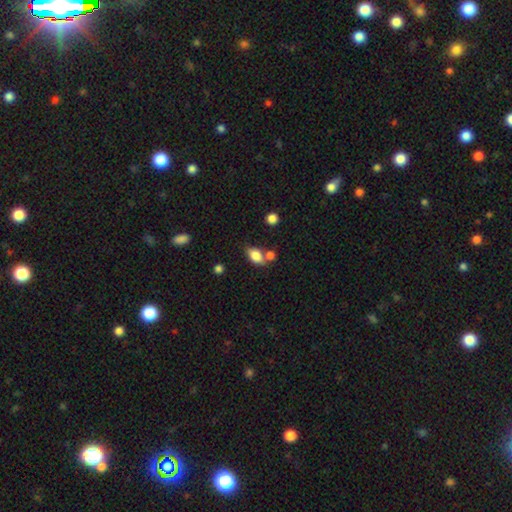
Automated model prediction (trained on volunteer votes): Smooth or featured: smooth — 81% (featured or disk — 10%)
How rounded: in between — 84% (round — 13%)
Merging: none — 52% (merger — 26%)